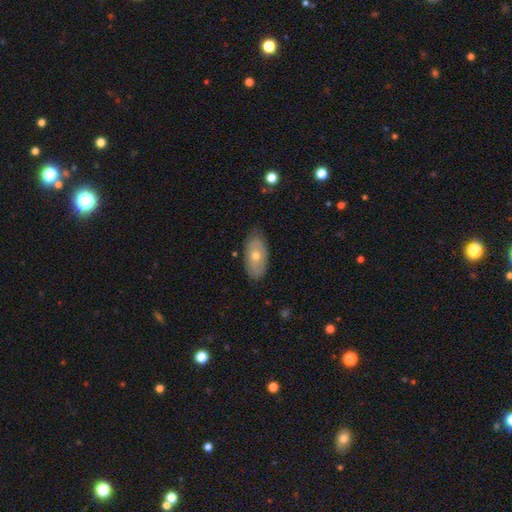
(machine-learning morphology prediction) Smooth or featured?
  - smooth: 55% *
  - featured or disk: 38%
  - star or artifact: 7%
How rounded?
  - in between: 91% *
  - round: 4%
  - cigar-shaped: 4%
Merging?
  - none: 81% *
  - minor disturbance: 15%
  - major disturbance: 3%
  - merger: 1%